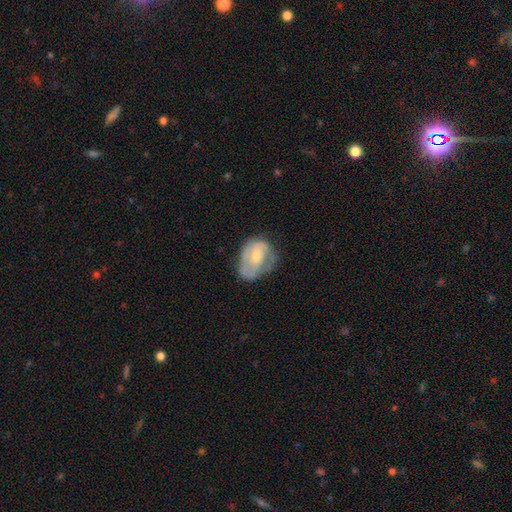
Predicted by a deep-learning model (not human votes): This is possibly a featured or disk galaxy (51%). It is clearly not viewed edge-on (97%). Merging: marginally none (44%).